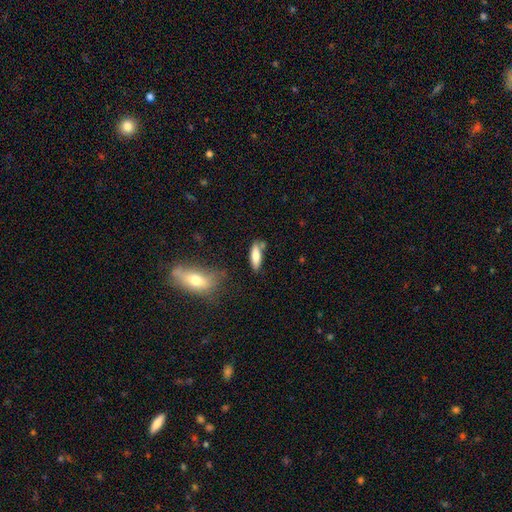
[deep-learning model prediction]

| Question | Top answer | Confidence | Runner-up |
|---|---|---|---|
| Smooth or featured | smooth | 78% | featured or disk (16%) |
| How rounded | in between | 55% | cigar-shaped (43%) |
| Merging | none | 69% | minor disturbance (17%) |